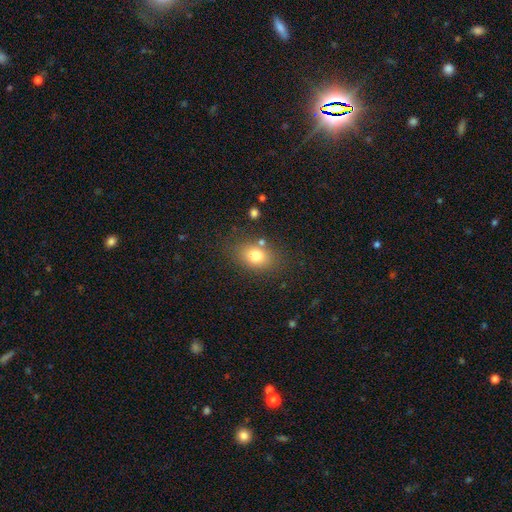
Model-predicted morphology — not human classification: Overall: smooth (77%). How rounded: in between (65%; round 34%). Merging: none (76%).